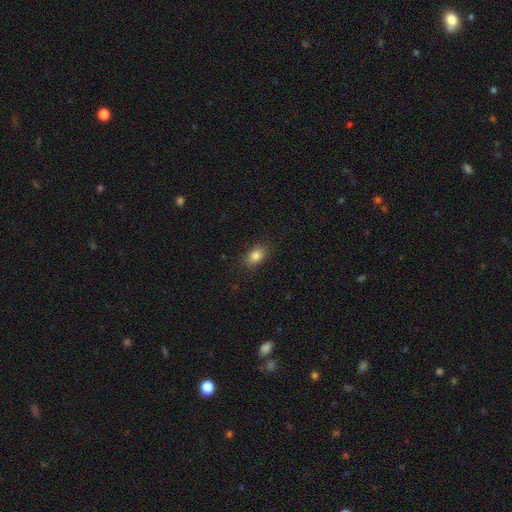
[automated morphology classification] A smooth galaxy with no disk features (84%) that is in between round and cigar-shaped (81%).

Vote fractions:
- Smooth or featured? smooth: 84% / star or artifact: 10% / featured or disk: 7%
- How rounded? in between: 81% / round: 17% / cigar-shaped: 2%
- Merging? none: 84% / minor disturbance: 12% / major disturbance: 3% / merger: 1%